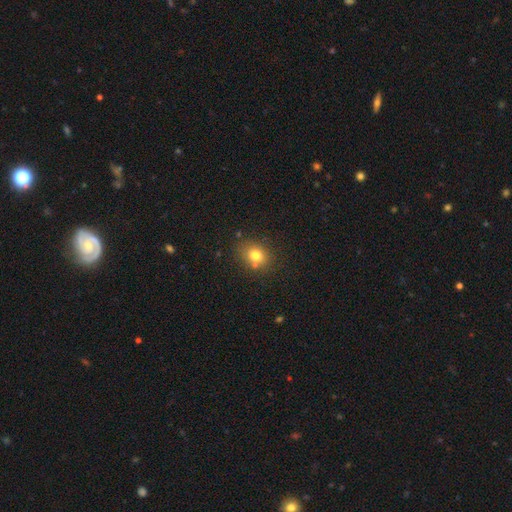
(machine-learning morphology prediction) This is likely a smooth galaxy (77%). How rounded: possibly round (53%). Merging: likely none (71%).